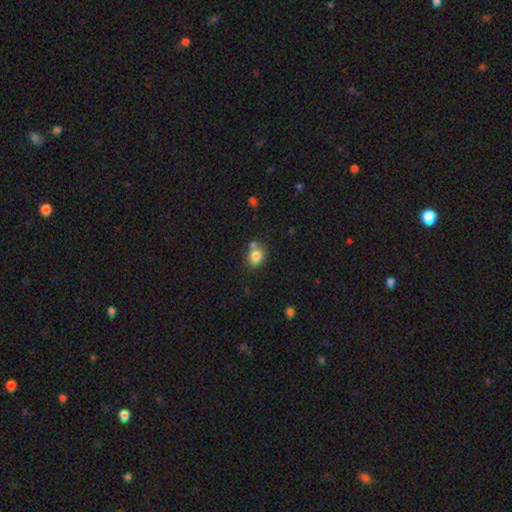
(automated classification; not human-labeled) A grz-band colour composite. It shows a smooth galaxy with no disk features (82%) that is round (61%). Merging: none (62%).